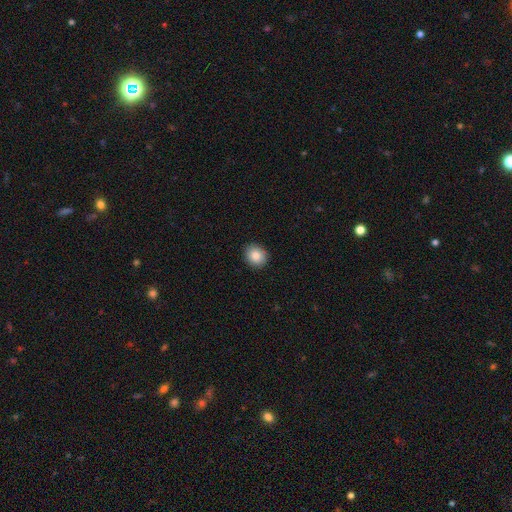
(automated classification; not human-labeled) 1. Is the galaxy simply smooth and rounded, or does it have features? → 85% smooth, 9% star or artifact, 6% featured or disk.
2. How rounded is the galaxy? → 77% round, 22% in between, 1% cigar-shaped.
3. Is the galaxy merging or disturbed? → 91% none, 7% minor disturbance, 2% major disturbance, 1% merger.